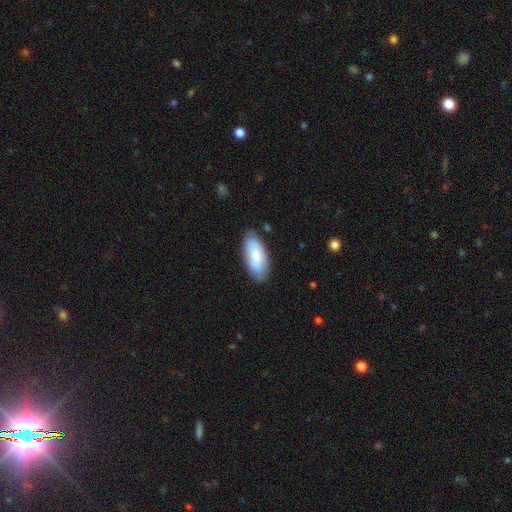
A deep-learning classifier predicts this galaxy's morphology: Overall: smooth (78%). How rounded: in between (89%). Merging: none (81%).